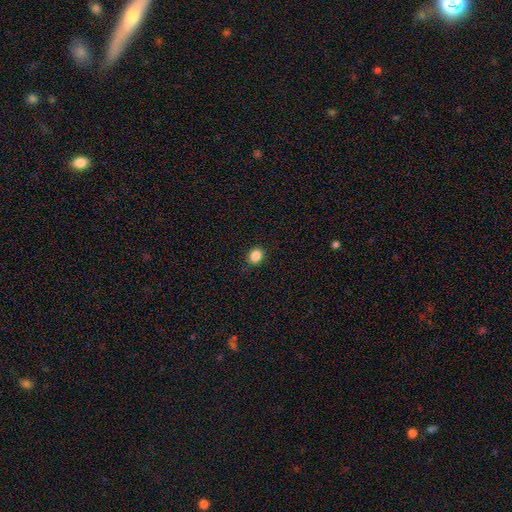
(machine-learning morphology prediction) Smooth or featured? Predicted: smooth (p=0.86). How rounded? Predicted: round (p=0.67). Merging? Predicted: none (p=0.89).